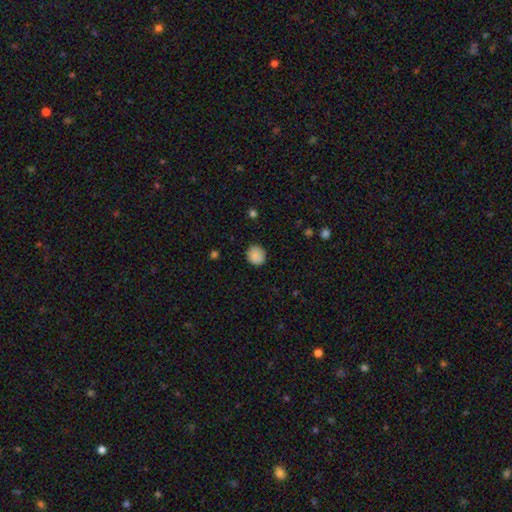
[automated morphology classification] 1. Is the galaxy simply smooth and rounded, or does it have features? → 88% smooth, 8% star or artifact, 4% featured or disk.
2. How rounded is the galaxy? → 88% round, 11% in between, 1% cigar-shaped.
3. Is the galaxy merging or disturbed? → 88% none, 9% minor disturbance, 2% major disturbance, 1% merger.